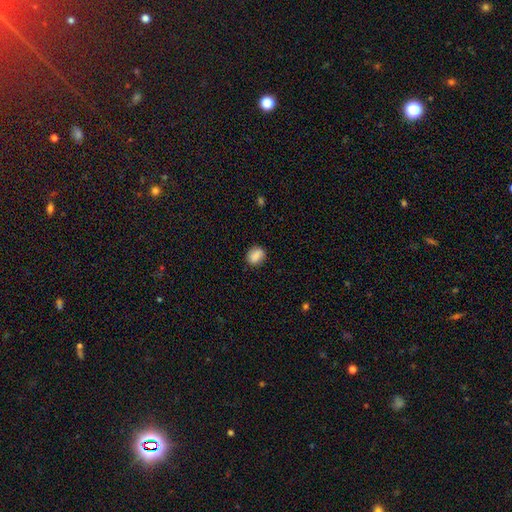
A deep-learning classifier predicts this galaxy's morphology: Smooth or featured? Predicted: smooth (p=0.85). How rounded? Predicted: round (p=0.54). Merging? Predicted: none (p=0.84).